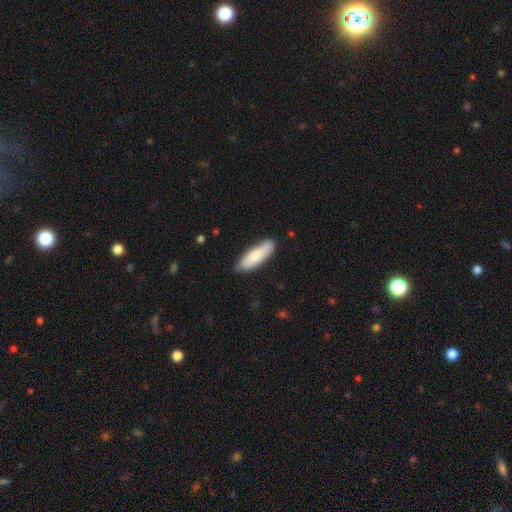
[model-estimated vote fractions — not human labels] smooth_or_featured: smooth (p=0.78) [alt: featured or disk p=0.17]
how_rounded: in between (p=0.51) [alt: cigar-shaped p=0.47]
merging: none (p=0.83) [alt: minor disturbance p=0.14]